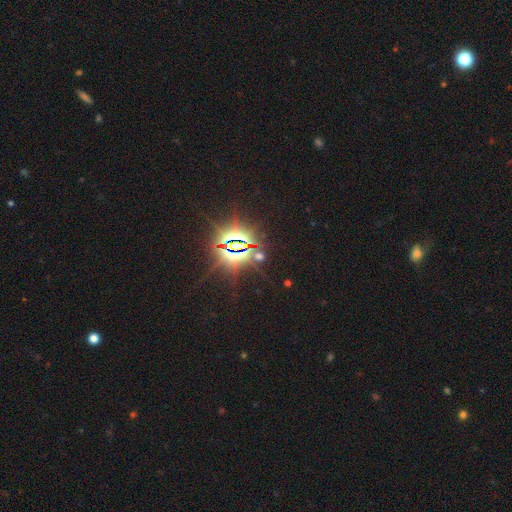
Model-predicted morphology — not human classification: Overall: star or artifact (86%).